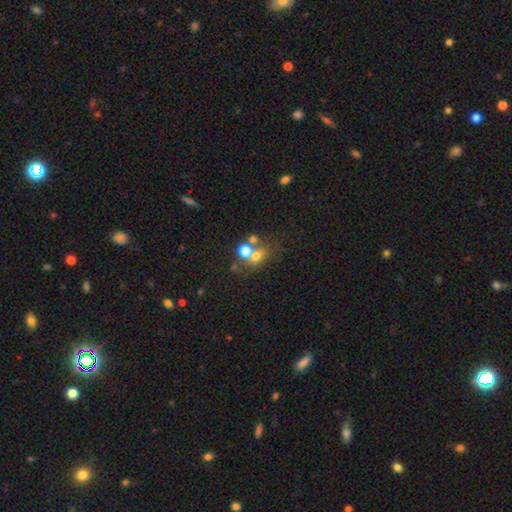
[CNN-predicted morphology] smooth 63%, featured or disk 19%, star or artifact 18%. Down the decision tree: how rounded — round (70%); merging — merger (43%, tied with none).